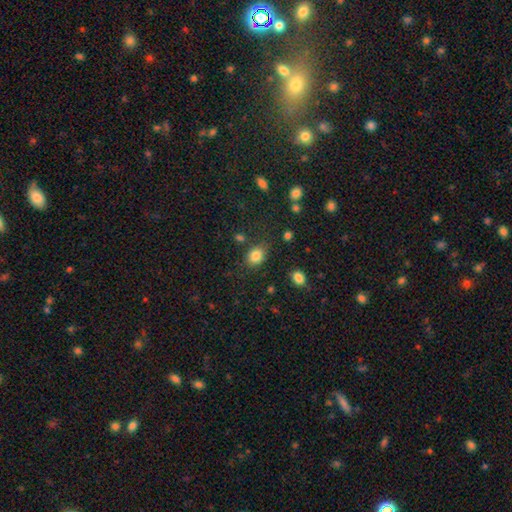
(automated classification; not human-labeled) Smooth or featured? smooth (83%)
How rounded? in between (52%)
Merging? none (75%)